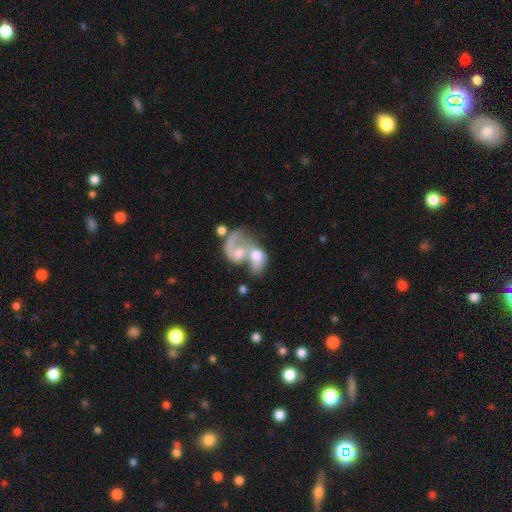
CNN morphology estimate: Q: Smooth or featured?
A: featured or disk (50%); runner-up: smooth (43%)
Q: Merging?
A: merger (80%); runner-up: major disturbance (10%)